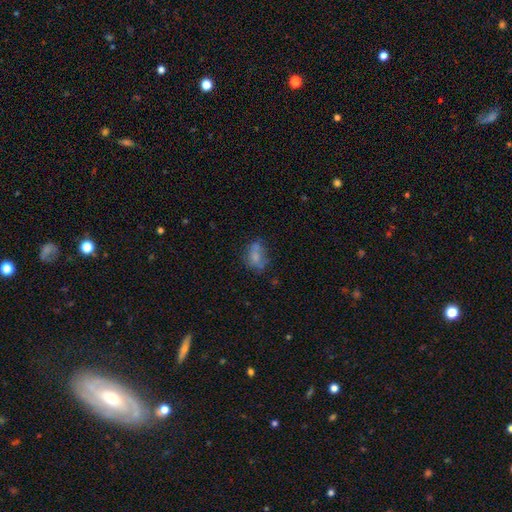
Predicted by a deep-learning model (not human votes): Morphology: type=smooth (60%); roundness=in between (75%); merging=none (42%).